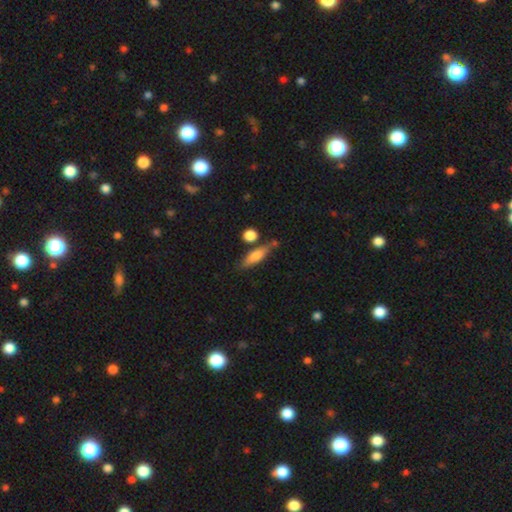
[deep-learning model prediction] A smooth galaxy with no disk features (65%) that is cigar-shaped (61%). Merging: none (70%).